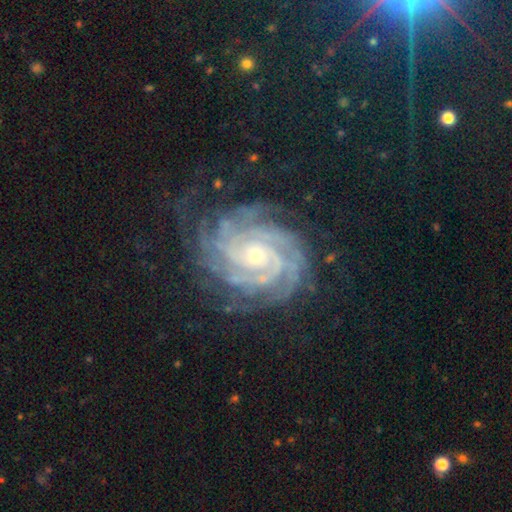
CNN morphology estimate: featured or disk 91%, star or artifact 6%, smooth 3%. Down the decision tree: edge-on disk — no (97%); bar — no (73%); spiral arms — yes (99%); spiral arm count — 4 (24%); spiral winding — tight (81%); bulge size — small (69%); merging — none (74%).